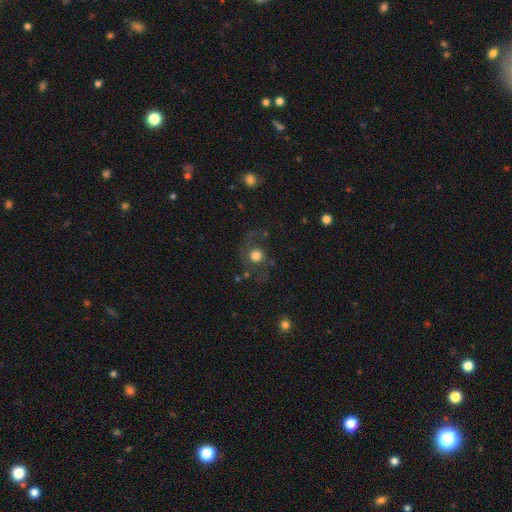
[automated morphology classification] A smooth galaxy with no disk features (51%) that is round (83%).

Vote fractions:
- Smooth or featured? smooth: 51% / featured or disk: 37% / star or artifact: 12%
- How rounded? round: 83% / in between: 15% / cigar-shaped: 1%
- Merging? none: 63% / major disturbance: 18% / minor disturbance: 16% / merger: 3%